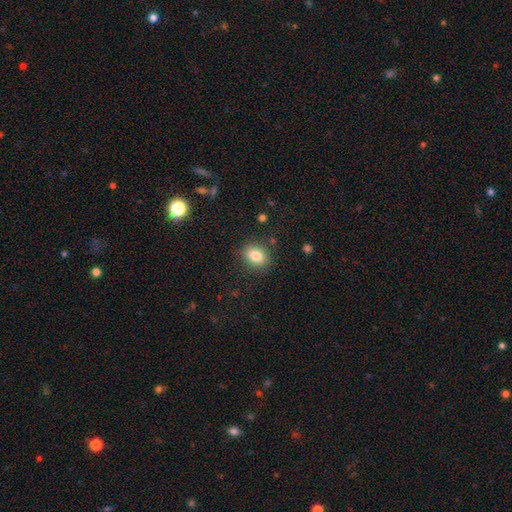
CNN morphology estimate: Overall: smooth (82%). How rounded: in between (61%; round 38%). Merging: none (85%).